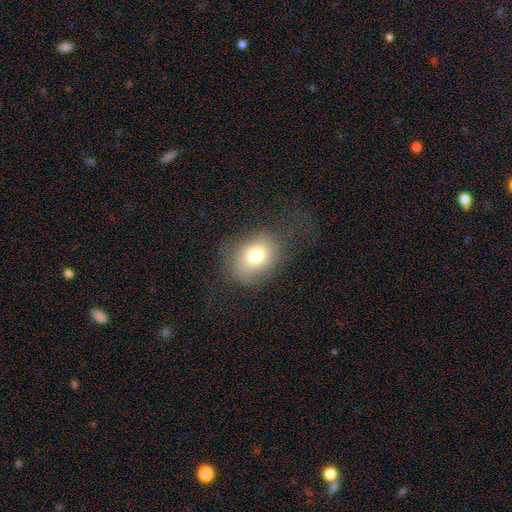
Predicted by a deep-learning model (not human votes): Smooth or featured: smooth — 75% (featured or disk — 13%)
How rounded: in between — 57% (round — 42%)
Merging: none — 66% (minor disturbance — 19%)